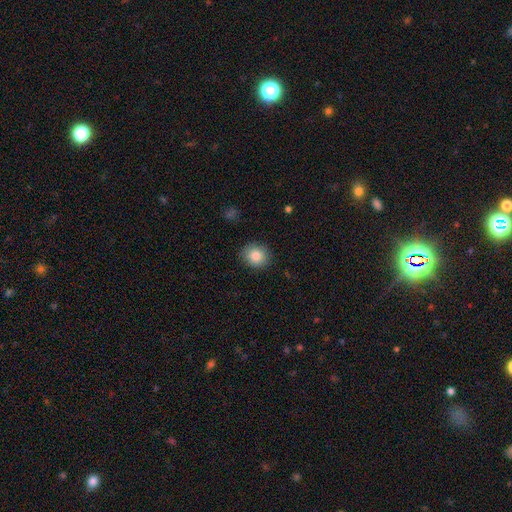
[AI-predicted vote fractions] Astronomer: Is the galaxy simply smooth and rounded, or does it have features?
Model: smooth — 84%.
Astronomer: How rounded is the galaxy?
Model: round — 81%.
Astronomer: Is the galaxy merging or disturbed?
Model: none — 87%.